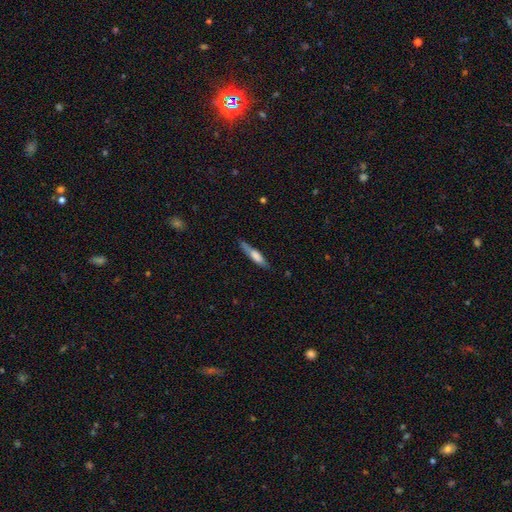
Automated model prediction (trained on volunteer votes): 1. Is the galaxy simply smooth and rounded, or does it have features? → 63% smooth, 31% featured or disk, 6% star or artifact.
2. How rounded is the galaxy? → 82% cigar-shaped, 16% in between, 2% round.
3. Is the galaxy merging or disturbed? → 74% none, 20% minor disturbance, 4% major disturbance, 2% merger.